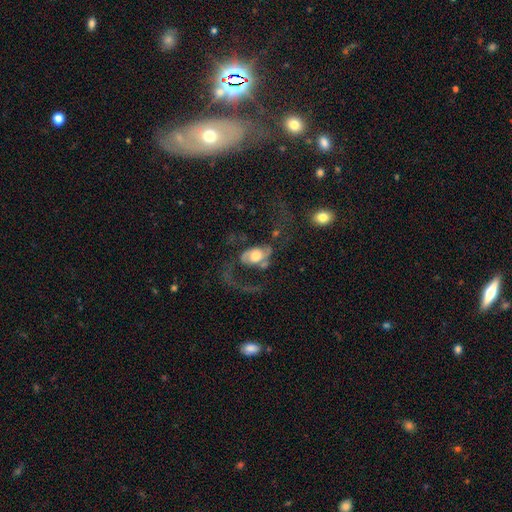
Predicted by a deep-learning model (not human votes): Smooth or featured?
  - featured or disk: 70% *
  - smooth: 23%
  - star or artifact: 7%
Edge-on disk?
  - no: 96% *
  - yes: 4%
Bar?
  - no: 63% *
  - weak: 27%
  - strong: 10%
Spiral arms?
  - yes: 81% *
  - no: 19%
Spiral winding?
  - loose: 69% *
  - medium: 24%
  - tight: 6%
Spiral arm count?
  - 2: 73% *
  - 1: 19%
  - can't tell: 5%
  - 3: 1%
  - 4: 1%
  - more than 4: 1%
Bulge size?
  - moderate: 54% *
  - large: 30%
  - small: 9%
  - dominant: 4%
  - none: 2%
Merging?
  - major disturbance: 47% *
  - none: 28%
  - minor disturbance: 13%
  - merger: 12%